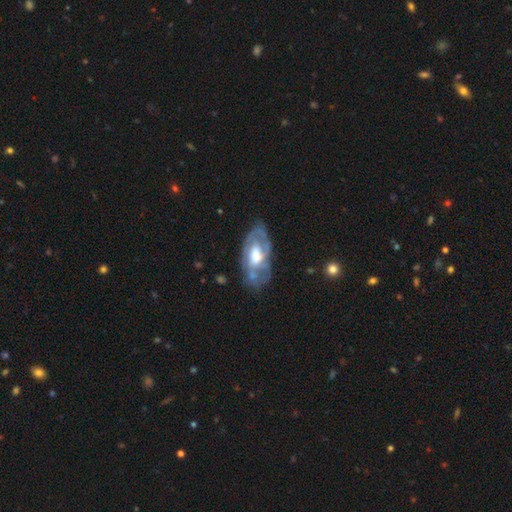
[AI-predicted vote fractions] smooth-or-featured: featured or disk: 72% | smooth: 22% | star or artifact: 6%
  disk-edge-on: no: 92% | yes: 8%
    bar: no: 58% | weak: 32% | strong: 10%
    has-spiral-arms: yes: 63% | no: 37%
    bulge-size: moderate: 48% | large: 38% | small: 9% | none: 3% | dominant: 2%
  merging: none: 58% | minor disturbance: 25% | major disturbance: 13% | merger: 3%